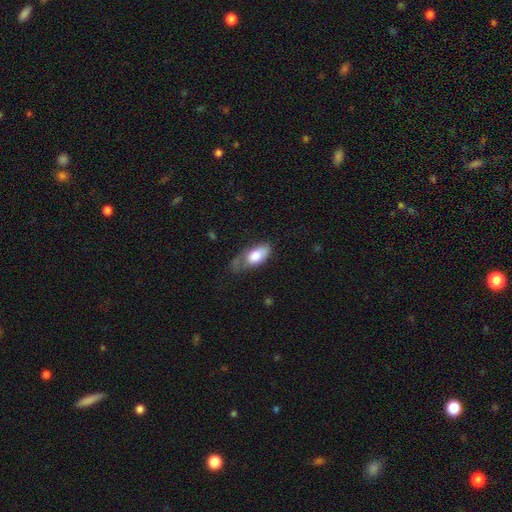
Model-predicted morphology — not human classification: smooth_or_featured: smooth (p=0.72) [alt: featured or disk p=0.22]
how_rounded: in between (p=0.89) [alt: cigar-shaped p=0.08]
merging: minor disturbance (p=0.36) [alt: none p=0.34]